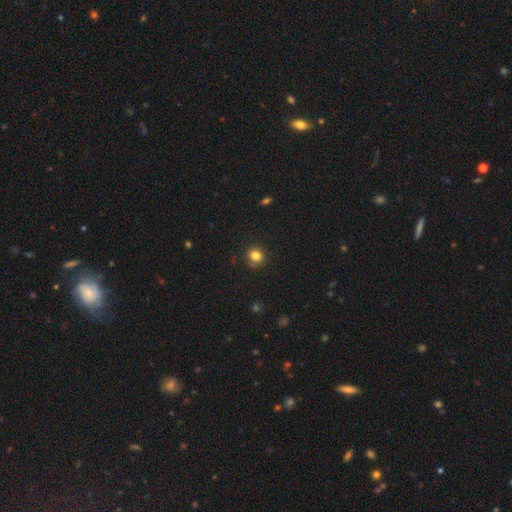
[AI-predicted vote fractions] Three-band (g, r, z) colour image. It shows a smooth galaxy with no disk features (82%) that is round (80%). Merging: none (85%).